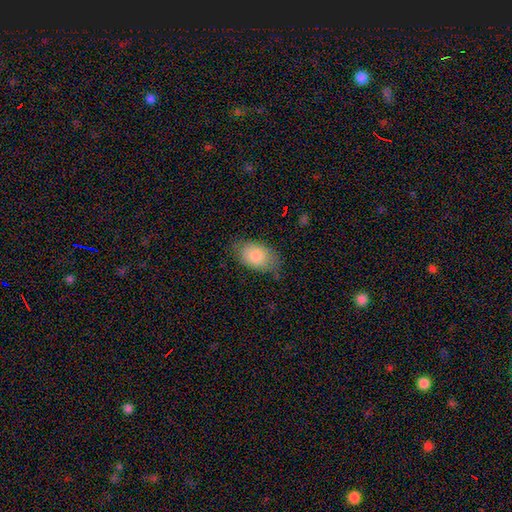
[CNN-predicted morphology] smooth 82%, featured or disk 11%, star or artifact 7%. Down the decision tree: how rounded — in between (89%); merging — none (71%).